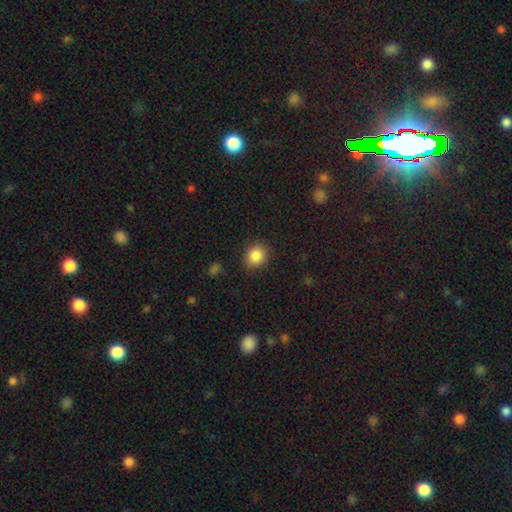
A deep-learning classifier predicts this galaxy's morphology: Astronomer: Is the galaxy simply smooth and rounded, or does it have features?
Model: smooth — 87%.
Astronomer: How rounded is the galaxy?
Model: round — 70%.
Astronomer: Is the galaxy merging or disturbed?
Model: none — 87%.